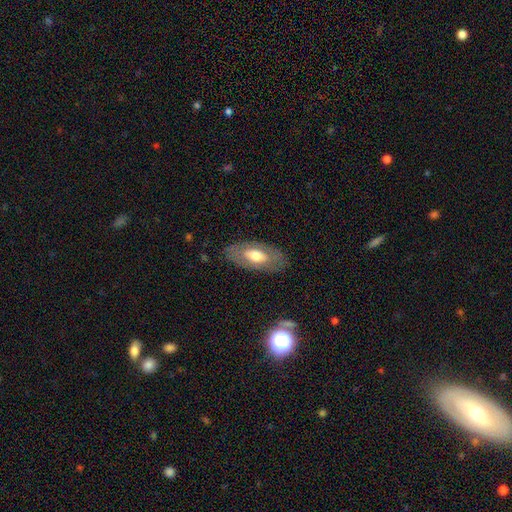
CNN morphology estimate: A smooth galaxy with no disk features (51%) that is in between round and cigar-shaped (90%).

Vote fractions:
- Smooth or featured? smooth: 51% / featured or disk: 43% / star or artifact: 6%
- How rounded? in between: 90% / cigar-shaped: 7% / round: 4%
- Merging? none: 81% / minor disturbance: 13% / major disturbance: 5% / merger: 1%